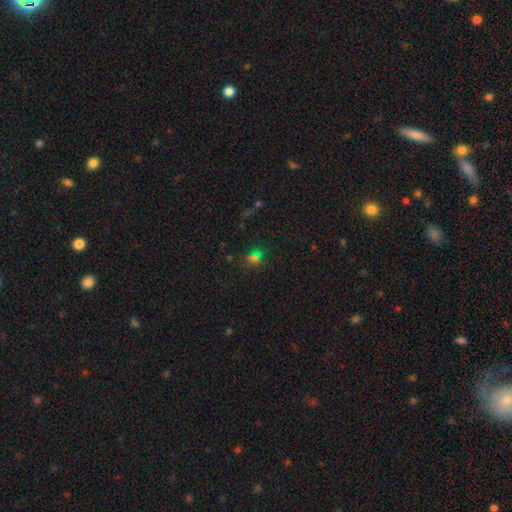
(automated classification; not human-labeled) A smooth galaxy with no disk features (55%) that is round (70%).

Vote fractions:
- Smooth or featured? smooth: 55% / star or artifact: 35% / featured or disk: 10%
- How rounded? round: 70% / in between: 28% / cigar-shaped: 2%
- Merging? none: 76% / minor disturbance: 12% / merger: 7% / major disturbance: 5%